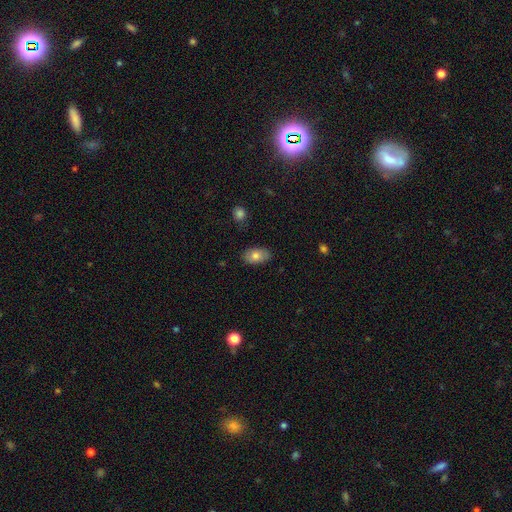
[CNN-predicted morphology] This appears to be a smooth galaxy with no disk features (78%) that is in between round and cigar-shaped (92%). Merging: none (83%).